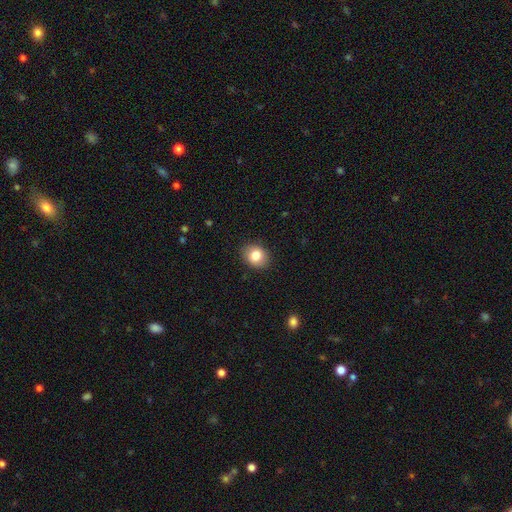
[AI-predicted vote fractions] Smooth or featured: smooth — 82% (star or artifact — 9%)
How rounded: round — 50% (in between — 49%)
Merging: none — 88% (minor disturbance — 8%)